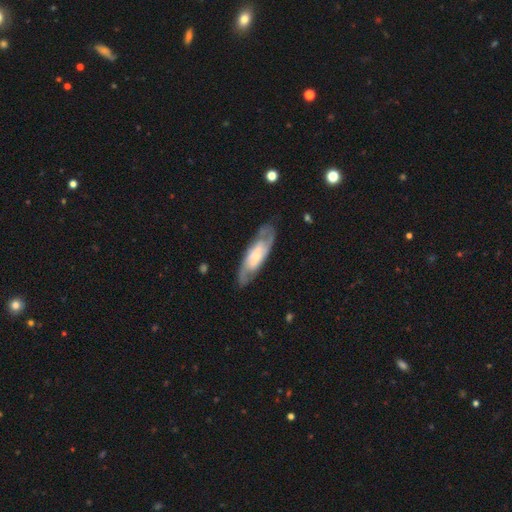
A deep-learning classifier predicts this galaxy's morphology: smooth_or_featured: featured or disk (p=0.74) [alt: smooth p=0.22]
disk_edge_on: no (p=0.85) [alt: yes p=0.15]
bar: no (p=0.51) [alt: weak p=0.33]
has_spiral_arms: yes (p=0.88) [alt: no p=0.12]
spiral_winding: medium (p=0.46) [alt: tight p=0.37]
spiral_arm_count: 2 (p=0.77) [alt: can't tell p=0.15]
bulge_size: small (p=0.58) [alt: moderate p=0.29]
merging: none (p=0.77) [alt: minor disturbance p=0.15]